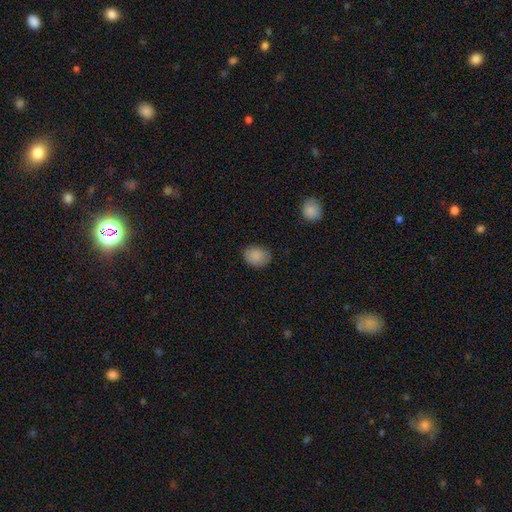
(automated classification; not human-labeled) The model was most divided on "how rounded": in between: 52%, round: 47%, cigar-shaped: 1%. More confident: smooth or featured — smooth (87%); merging — none (79%).